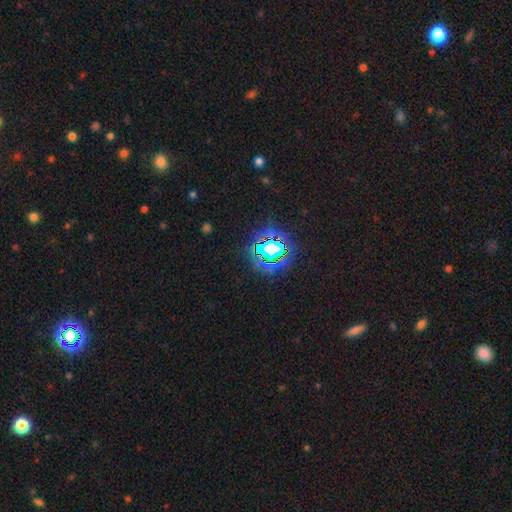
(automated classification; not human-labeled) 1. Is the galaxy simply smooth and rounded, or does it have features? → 82% star or artifact, 11% smooth, 7% featured or disk.